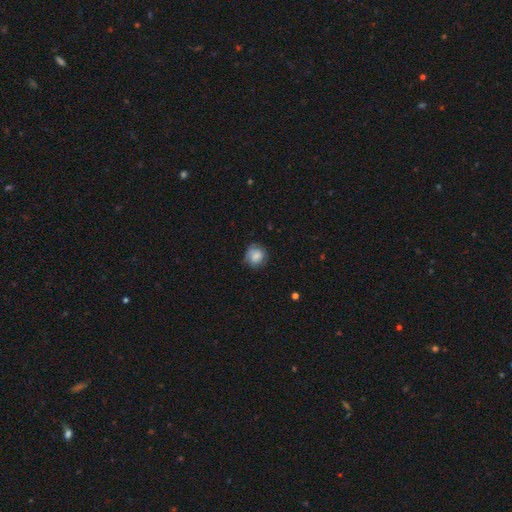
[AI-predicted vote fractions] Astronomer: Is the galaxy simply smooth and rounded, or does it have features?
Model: smooth — 74%.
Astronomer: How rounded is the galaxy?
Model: round — 82%.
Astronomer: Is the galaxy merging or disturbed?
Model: none — 69%.